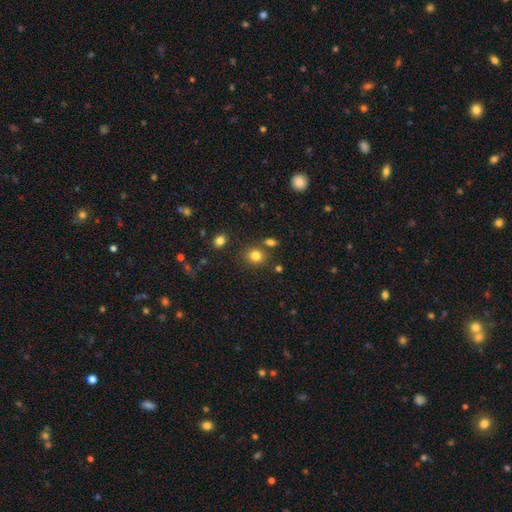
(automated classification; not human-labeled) Smooth or featured: smooth — 81% (star or artifact — 13%)
How rounded: round — 80% (in between — 19%)
Merging: none — 78% (minor disturbance — 9%)